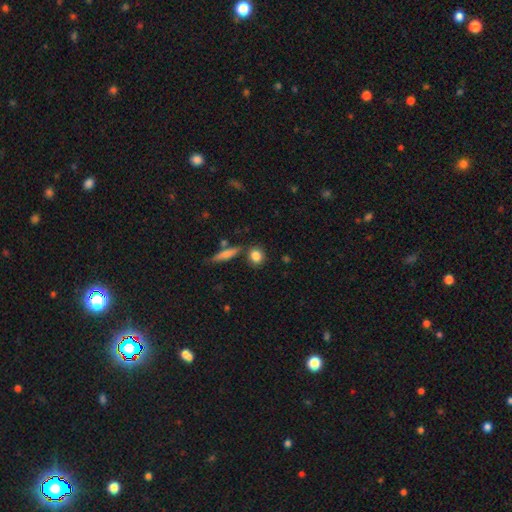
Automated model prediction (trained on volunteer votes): A smooth galaxy with no disk features (84%) that is round (70%). Merging: none (75%).